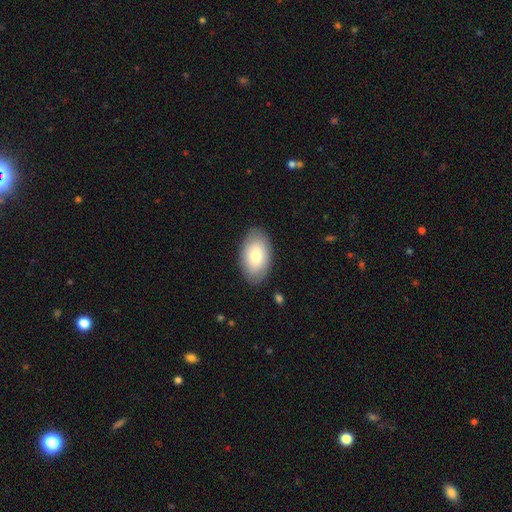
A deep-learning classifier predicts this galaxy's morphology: The model was most divided on "smooth or featured": smooth: 75%, featured or disk: 19%, star or artifact: 6%. More confident: how rounded — in between (94%); merging — none (86%).